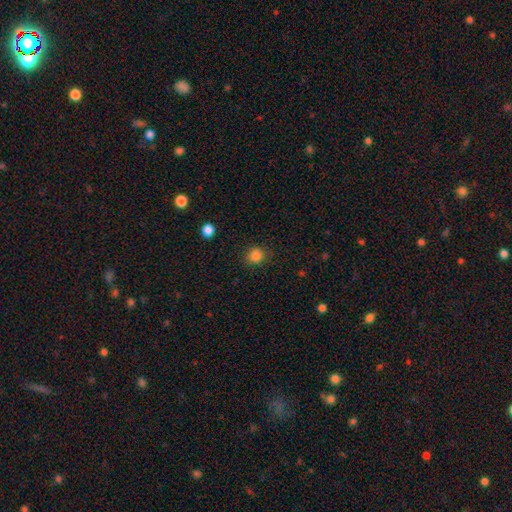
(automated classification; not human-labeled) Smooth or featured: smooth — 85% (star or artifact — 12%)
How rounded: round — 84% (in between — 15%)
Merging: none — 86% (minor disturbance — 10%)